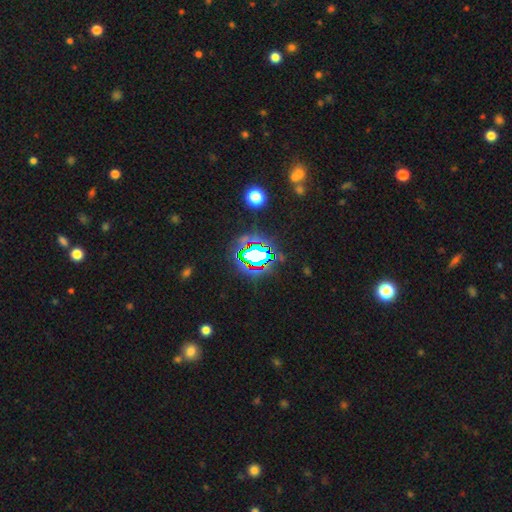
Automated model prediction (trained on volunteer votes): This is likely a star or artifact rather than a galaxy (69%).